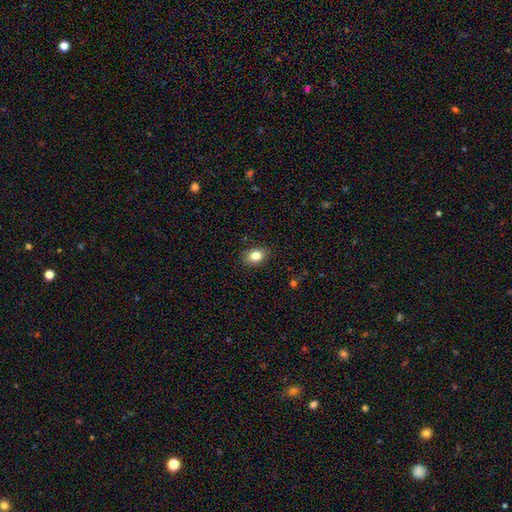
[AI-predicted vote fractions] smooth_or_featured: smooth (p=0.83) [alt: star or artifact p=0.09]
how_rounded: in between (p=0.71) [alt: round p=0.28]
merging: none (p=0.87) [alt: minor disturbance p=0.09]